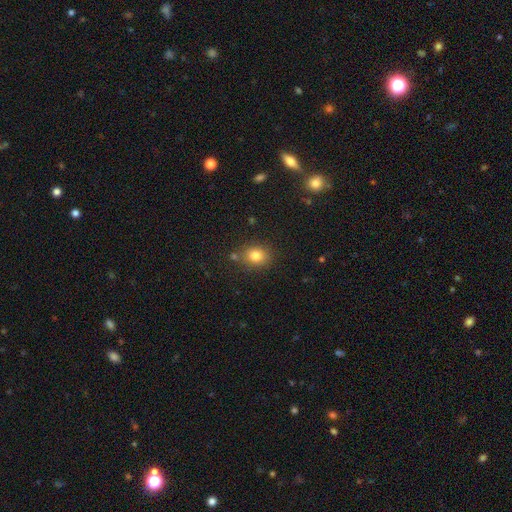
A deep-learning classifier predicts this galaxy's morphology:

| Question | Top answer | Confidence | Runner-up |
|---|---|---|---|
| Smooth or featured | smooth | 81% | star or artifact (12%) |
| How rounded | round | 63% | in between (36%) |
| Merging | none | 79% | minor disturbance (11%) |